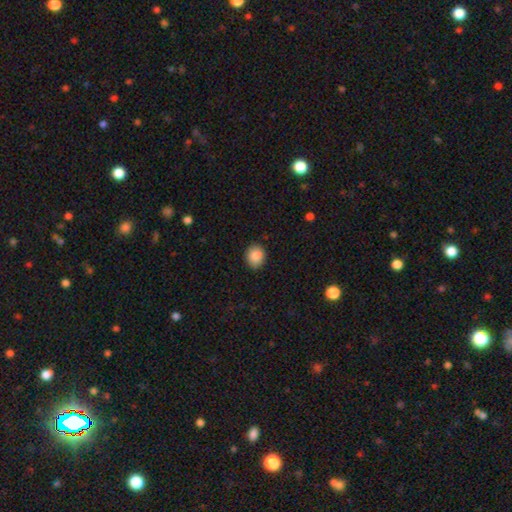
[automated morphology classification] Q: Smooth or featured?
A: smooth (87%); runner-up: star or artifact (8%)
Q: How rounded?
A: round (62%); runner-up: in between (37%)
Q: Merging?
A: none (87%); runner-up: minor disturbance (10%)